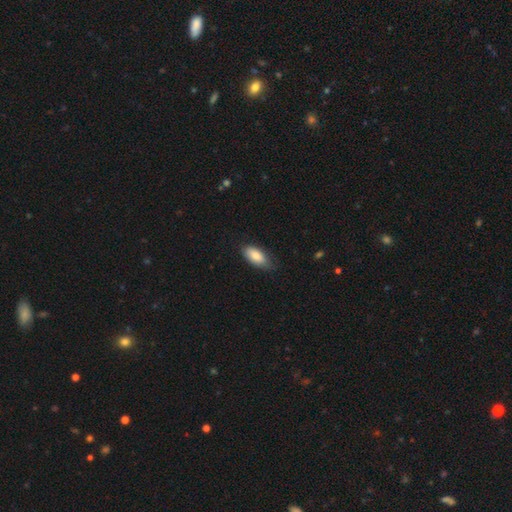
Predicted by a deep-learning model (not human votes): A smooth galaxy with no disk features (85%) that is in between round and cigar-shaped (90%).

Vote fractions:
- Smooth or featured? smooth: 85% / featured or disk: 9% / star or artifact: 6%
- How rounded? in between: 90% / cigar-shaped: 7% / round: 2%
- Merging? none: 70% / minor disturbance: 25% / major disturbance: 4% / merger: 1%